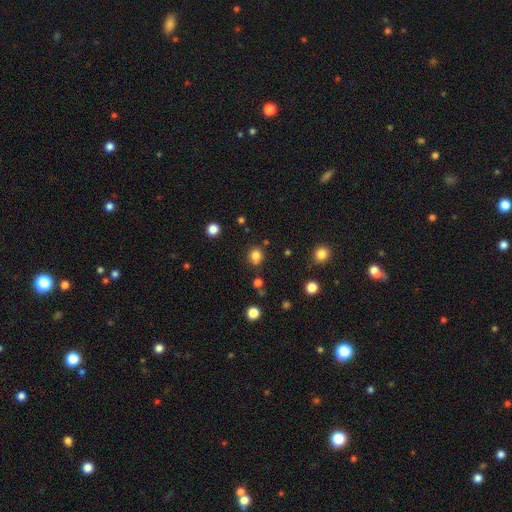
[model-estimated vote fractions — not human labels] A smooth galaxy with no disk features (82%) that is round (77%). Merging: none (79%).